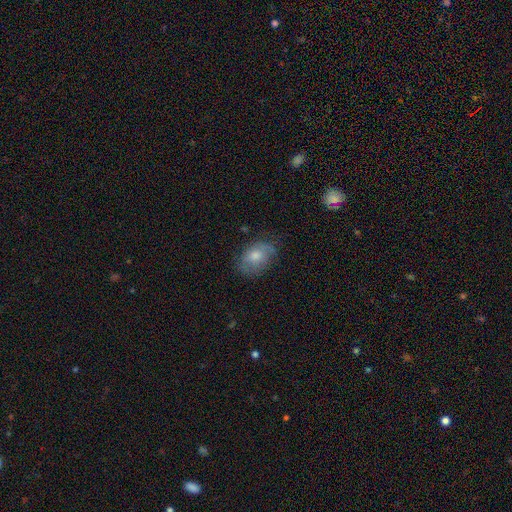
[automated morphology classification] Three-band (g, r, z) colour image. It shows a smooth galaxy with no disk features (67%) that is in between round and cigar-shaped (82%). Merging: none (65%).